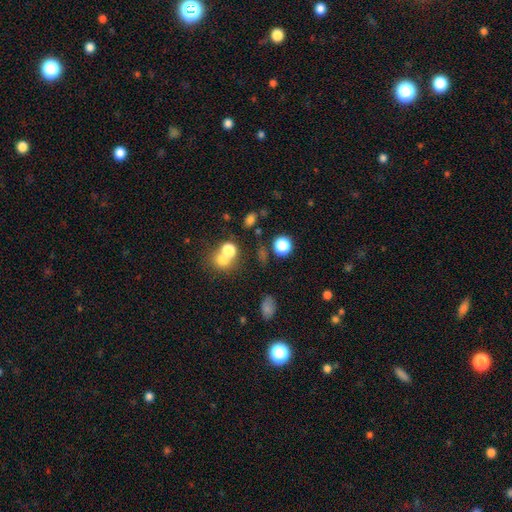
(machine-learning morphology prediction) Smooth or featured: smooth — 45% (star or artifact — 41%)
Merging: none — 56% (merger — 25%)